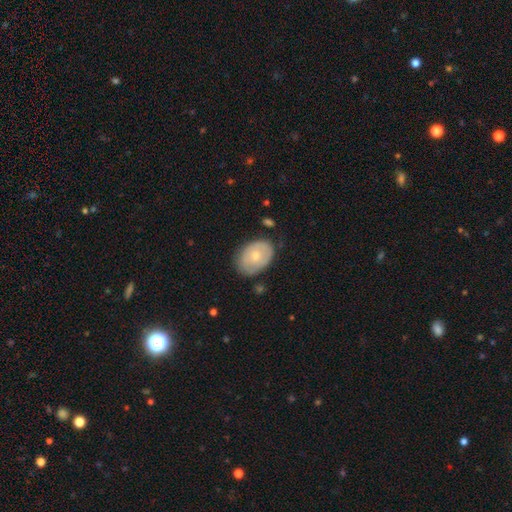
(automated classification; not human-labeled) A smooth galaxy with no disk features (58%) that is in between round and cigar-shaped (78%). Merging: none (72%).